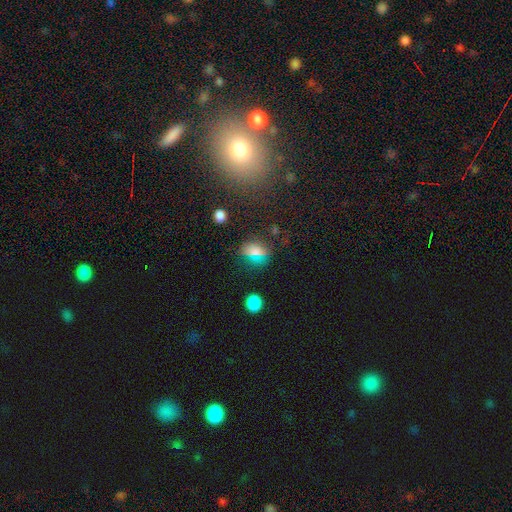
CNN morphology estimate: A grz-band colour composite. It shows a smooth galaxy with no disk features (66%) that is in between round and cigar-shaped (54%). Merging: none (78%).